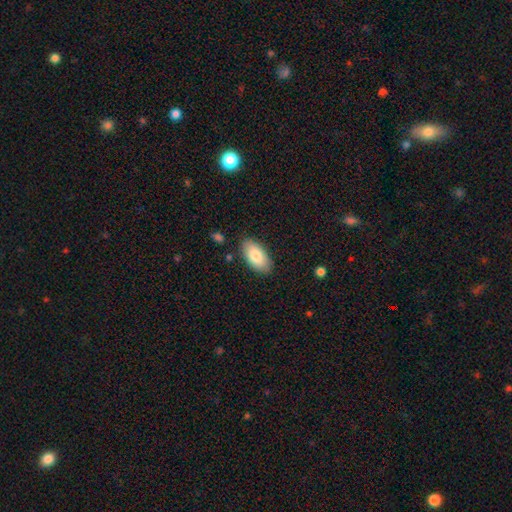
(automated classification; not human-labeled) This is clearly a smooth galaxy (82%). How rounded: clearly in between (95%). Merging: clearly none (85%).